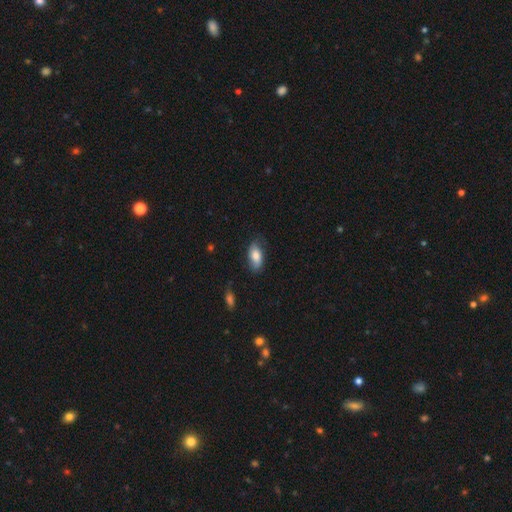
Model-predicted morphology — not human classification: Smooth or featured? smooth (78%)
How rounded? in between (91%)
Merging? none (72%)